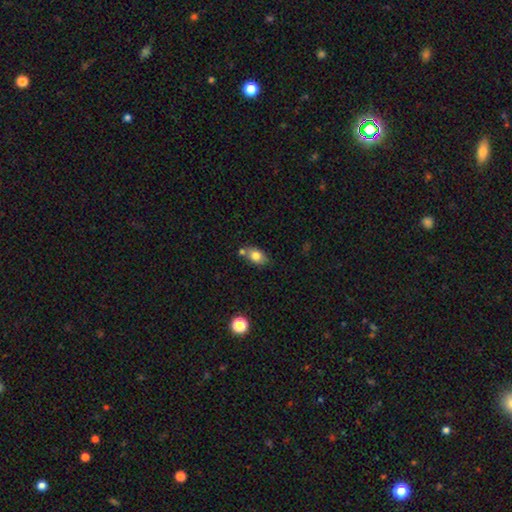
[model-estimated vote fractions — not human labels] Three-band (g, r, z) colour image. It shows a smooth galaxy with no disk features (79%) that is in between round and cigar-shaped (77%). Merging: none (60%).